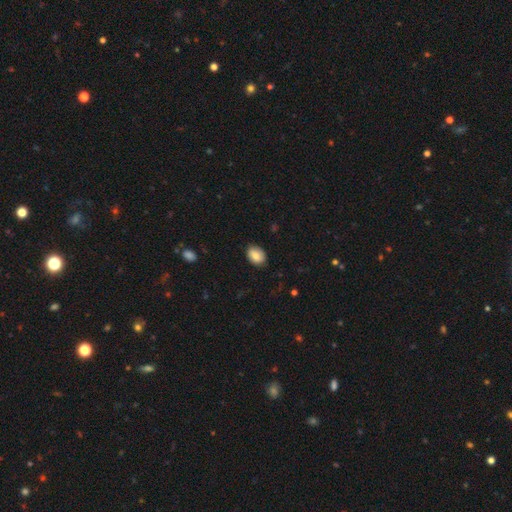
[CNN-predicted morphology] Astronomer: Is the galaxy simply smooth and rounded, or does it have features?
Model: smooth — 81%.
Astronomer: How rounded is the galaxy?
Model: in between — 68%.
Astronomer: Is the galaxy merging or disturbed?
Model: none — 83%.